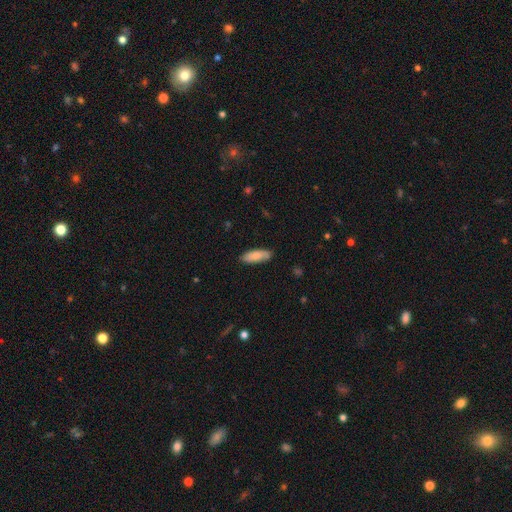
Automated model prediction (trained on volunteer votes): This is clearly a smooth galaxy (83%). How rounded: likely in between (66%). Merging: clearly none (84%).